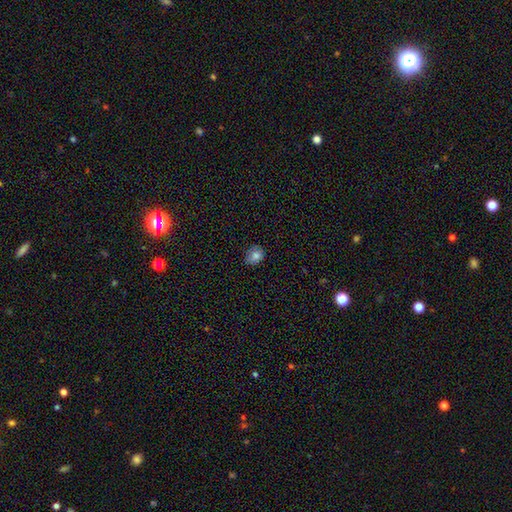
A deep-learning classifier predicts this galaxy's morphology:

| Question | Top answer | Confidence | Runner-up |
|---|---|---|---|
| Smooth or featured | smooth | 81% | star or artifact (10%) |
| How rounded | round | 53% | in between (46%) |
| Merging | none | 72% | minor disturbance (23%) |